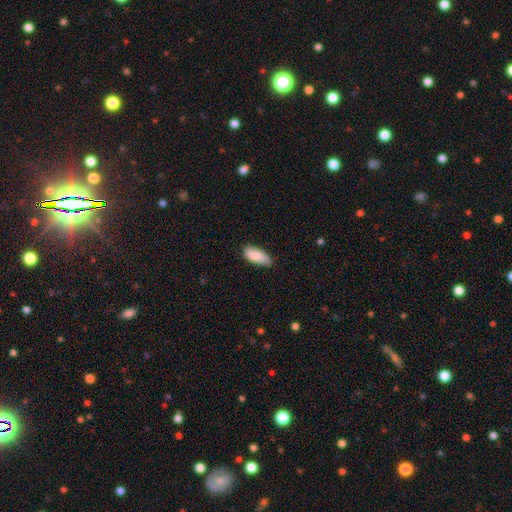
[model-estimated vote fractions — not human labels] Overall: smooth (87%). How rounded: in between (83%). Merging: none (75%).